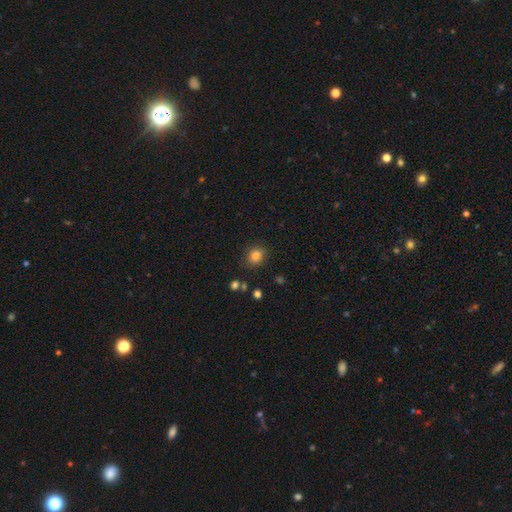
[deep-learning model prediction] A smooth galaxy with no disk features (83%) that is round (69%).

Vote fractions:
- Smooth or featured? smooth: 83% / star or artifact: 12% / featured or disk: 5%
- How rounded? round: 69% / in between: 30% / cigar-shaped: 1%
- Merging? none: 83% / minor disturbance: 11% / major disturbance: 3% / merger: 2%